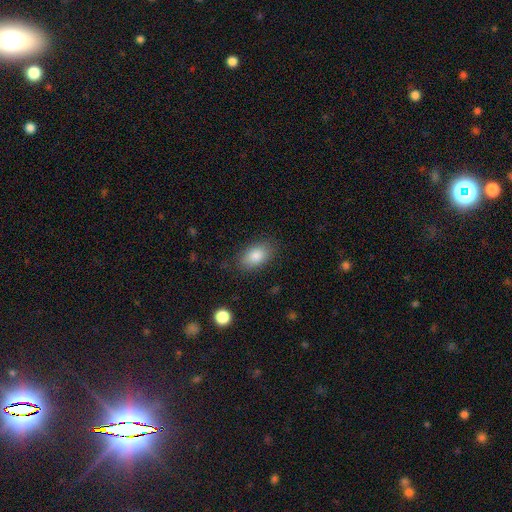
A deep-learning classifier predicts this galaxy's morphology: The model was most divided on "merging": none: 81%, minor disturbance: 13%, major disturbance: 4%, merger: 1%. More confident: how rounded — in between (90%); smooth or featured — smooth (85%).